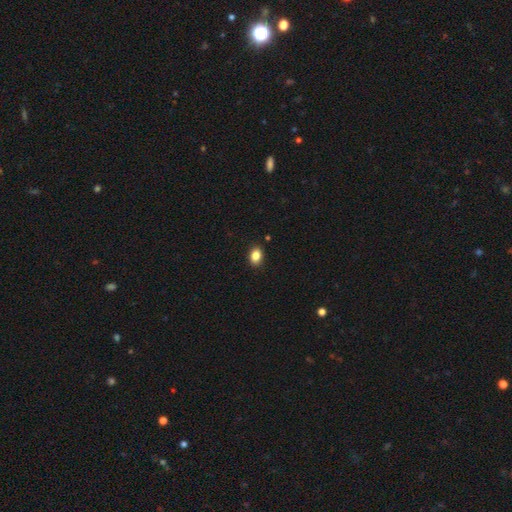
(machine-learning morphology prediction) type=smooth (85%); roundness=in between (68%); merging=none (89%).